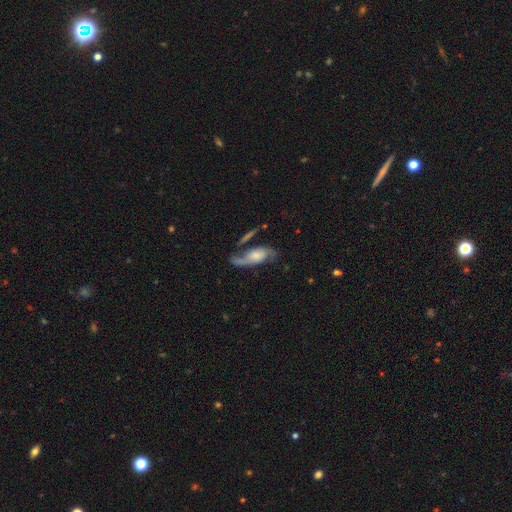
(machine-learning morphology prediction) Smooth or featured?
  - featured or disk: 73% *
  - smooth: 21%
  - star or artifact: 6%
Edge-on disk?
  - no: 92% *
  - yes: 8%
Bar?
  - no: 66% *
  - weak: 26%
  - strong: 8%
Spiral arms?
  - yes: 92% *
  - no: 8%
Spiral winding?
  - loose: 49% *
  - medium: 37%
  - tight: 14%
Spiral arm count?
  - 2: 81% *
  - 1: 10%
  - can't tell: 5%
  - 3: 1%
  - 4: 1%
  - more than 4: 1%
Bulge size?
  - small: 45% *
  - moderate: 31%
  - none: 12%
  - large: 10%
  - dominant: 3%
Merging?
  - none: 50% *
  - minor disturbance: 20%
  - major disturbance: 17%
  - merger: 14%